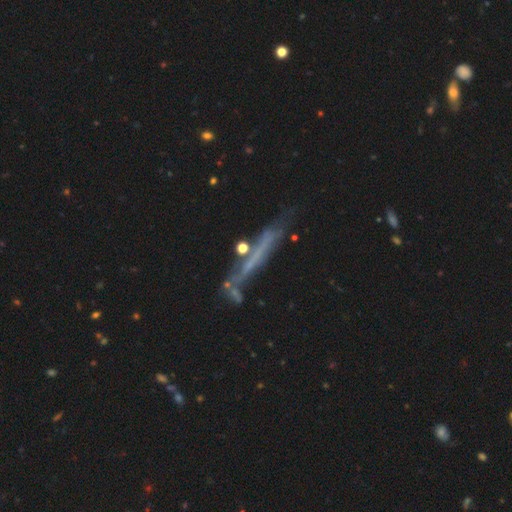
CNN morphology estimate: A featured or disk galaxy (57%) viewed edge-on (77%).

Vote fractions:
- Smooth or featured? featured or disk: 57% / smooth: 29% / star or artifact: 14%
- Edge-on disk? yes: 77% / no: 23%
- Merging? none: 56% / minor disturbance: 21% / major disturbance: 13% / merger: 10%